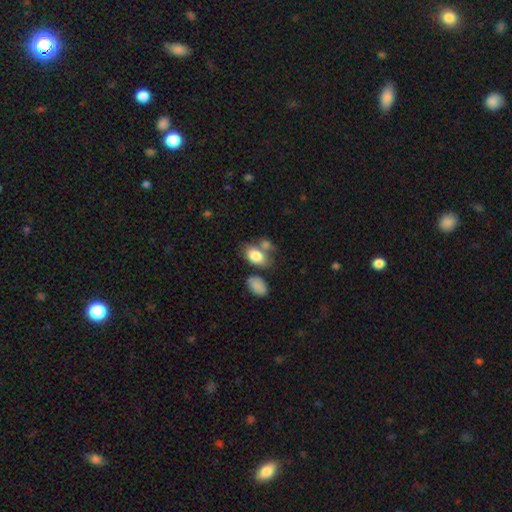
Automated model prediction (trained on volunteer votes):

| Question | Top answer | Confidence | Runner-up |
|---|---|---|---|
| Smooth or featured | smooth | 83% | featured or disk (10%) |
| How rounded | in between | 87% | round (11%) |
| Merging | none | 46% | merger (30%) |